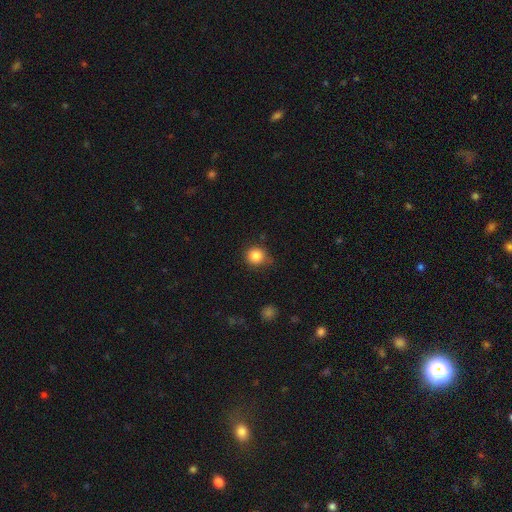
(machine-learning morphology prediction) smooth 84%, star or artifact 11%, featured or disk 5%. Down the decision tree: how rounded — round (90%); merging — none (75%).